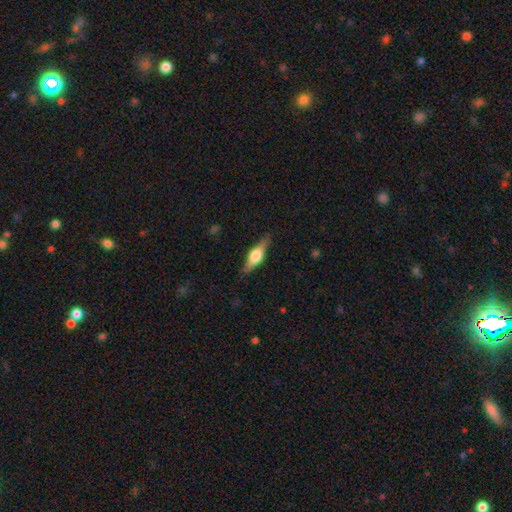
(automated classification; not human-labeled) This is likely a featured or disk galaxy (63%). It is clearly viewed edge-on (96%). Edge-on bulge: clearly rounded (91%). Merging: clearly none (86%).